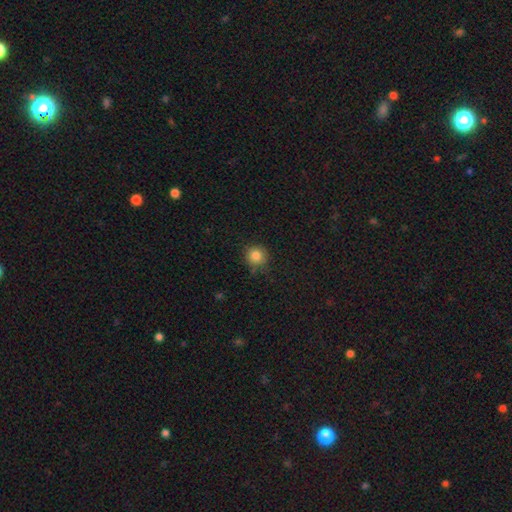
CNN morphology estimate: Smooth or featured? smooth (84%)
How rounded? round (93%)
Merging? none (80%)